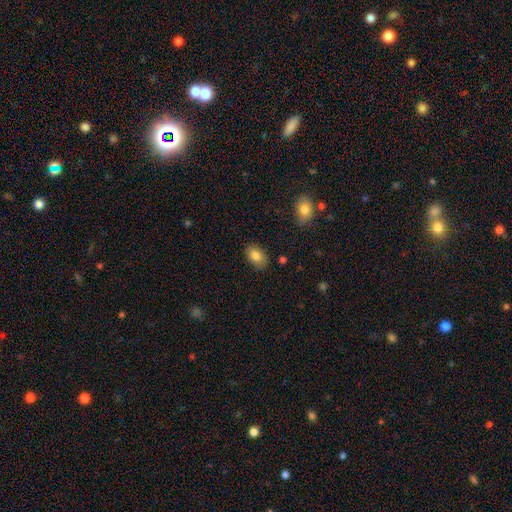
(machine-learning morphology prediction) Overall: smooth (83%). How rounded: in between (86%). Merging: none (84%).